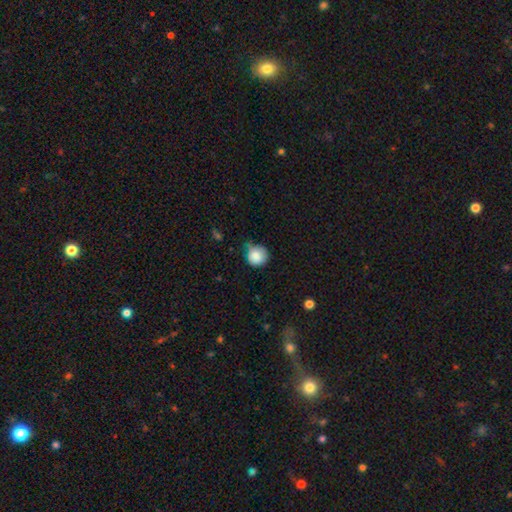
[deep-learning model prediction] The model was most divided on "merging": none: 54%, minor disturbance: 35%, major disturbance: 8%, merger: 3%. More confident: how rounded — round (90%); smooth or featured — smooth (84%).